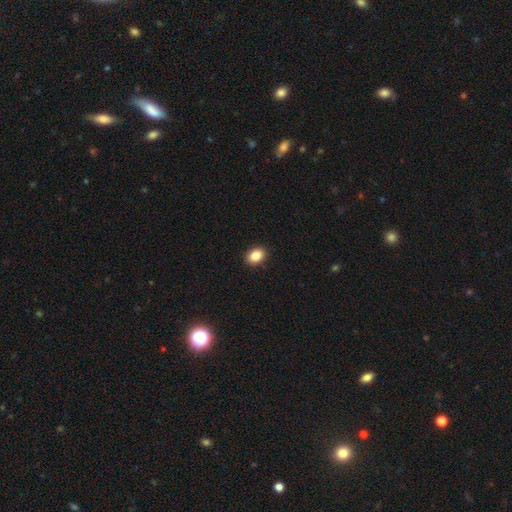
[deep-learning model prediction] Smooth or featured?
  - smooth: 87% *
  - star or artifact: 9%
  - featured or disk: 4%
How rounded?
  - in between: 74% *
  - round: 25%
  - cigar-shaped: 1%
Merging?
  - none: 91% *
  - minor disturbance: 7%
  - major disturbance: 2%
  - merger: 1%